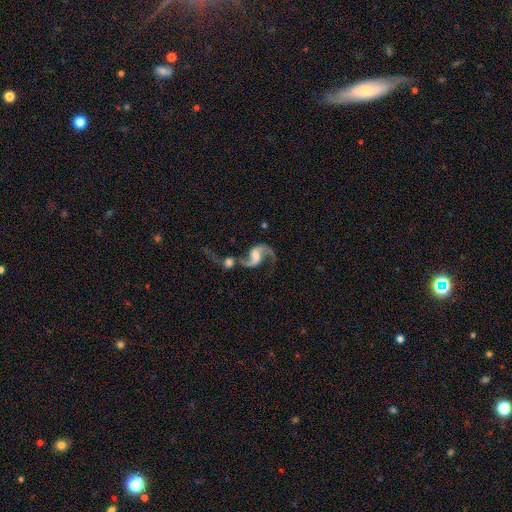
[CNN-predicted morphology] Smooth or featured: featured or disk — 89% (smooth — 6%)
Edge-on disk: no — 97% (yes — 3%)
Bar: weak — 48% (no — 32%)
Spiral arms: yes — 96% (no — 4%)
Spiral winding: loose — 73% (medium — 23%)
Spiral arm count: 2 — 90% (1 — 5%)
Bulge size: moderate — 36% (small — 31%)
Merging: merger — 42% (none — 34%)